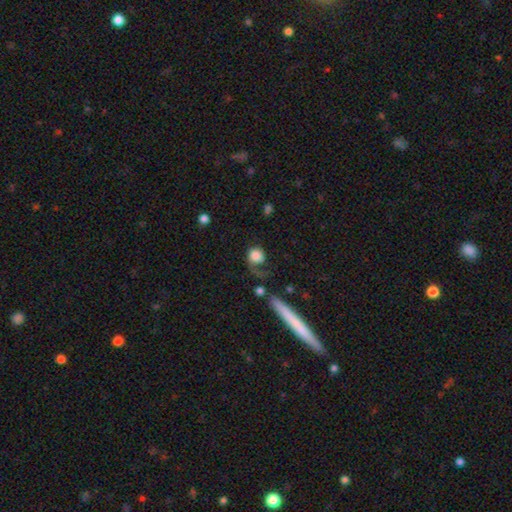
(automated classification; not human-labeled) A smooth galaxy with no disk features (69%) that is round (77%). Merging: major disturbance (39%).